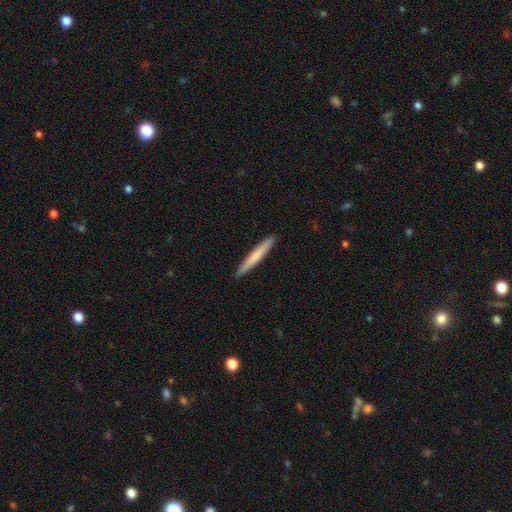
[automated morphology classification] Smooth or featured?
  - smooth: 66% *
  - featured or disk: 29%
  - star or artifact: 5%
How rounded?
  - cigar-shaped: 97% *
  - in between: 2%
  - round: 1%
Merging?
  - none: 92% *
  - minor disturbance: 5%
  - major disturbance: 1%
  - merger: 1%